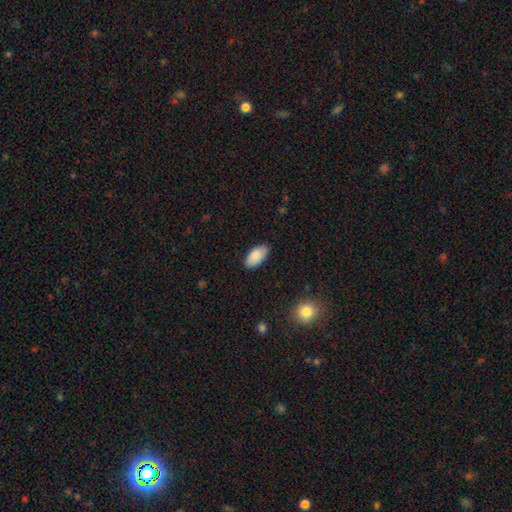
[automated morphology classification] This is clearly a smooth galaxy (86%). How rounded: clearly in between (94%). Merging: clearly none (84%).